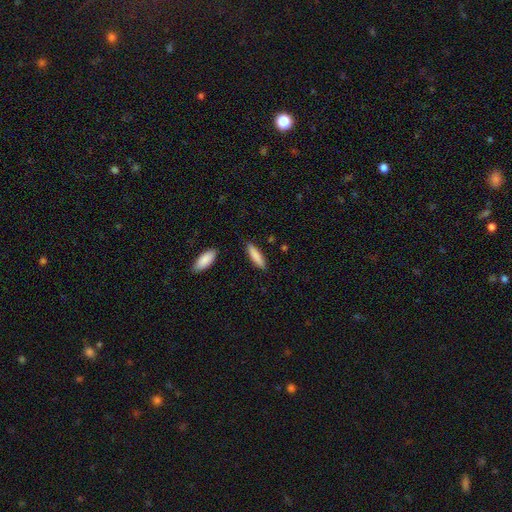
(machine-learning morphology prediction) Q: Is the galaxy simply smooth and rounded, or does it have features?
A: smooth — 85%.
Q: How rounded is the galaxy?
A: cigar-shaped — 71%.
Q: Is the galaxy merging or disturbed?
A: none — 87%.